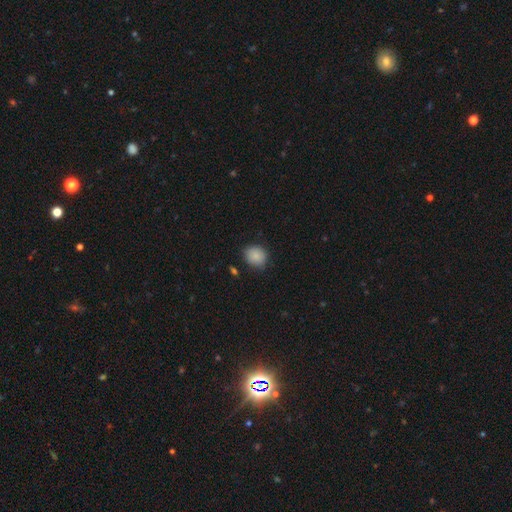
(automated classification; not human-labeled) This is clearly a smooth galaxy (87%). How rounded: likely round (71%). Merging: likely none (78%).